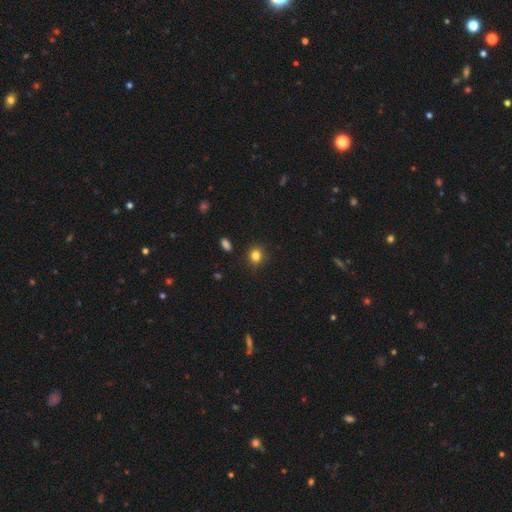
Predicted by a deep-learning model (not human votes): Overall: smooth (83%). How rounded: round (75%). Merging: none (88%).